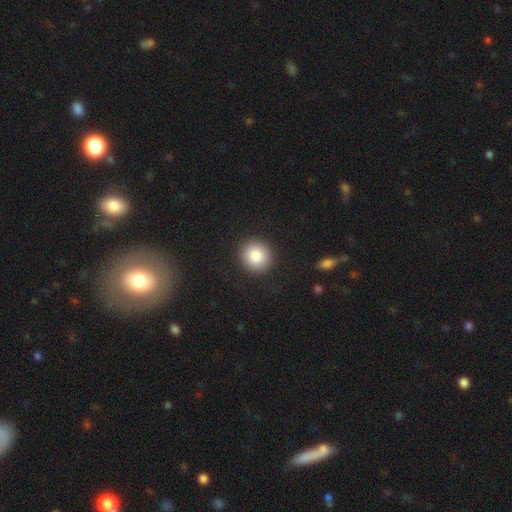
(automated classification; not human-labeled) Morphology: type=smooth (86%); roundness=round (91%); merging=none (91%).